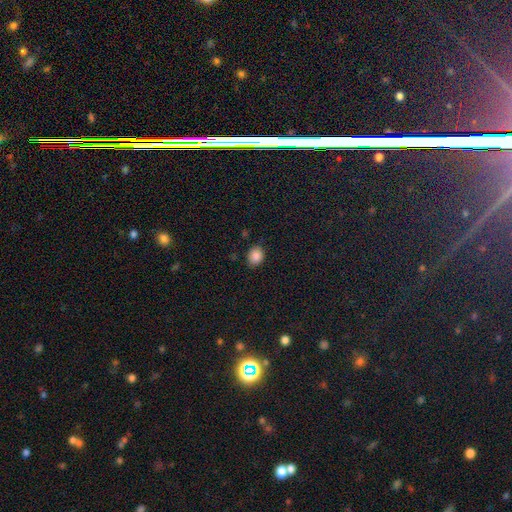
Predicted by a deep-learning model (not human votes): Smooth or featured: smooth — 85% (star or artifact — 10%)
How rounded: round — 52% (in between — 47%)
Merging: none — 84% (minor disturbance — 12%)